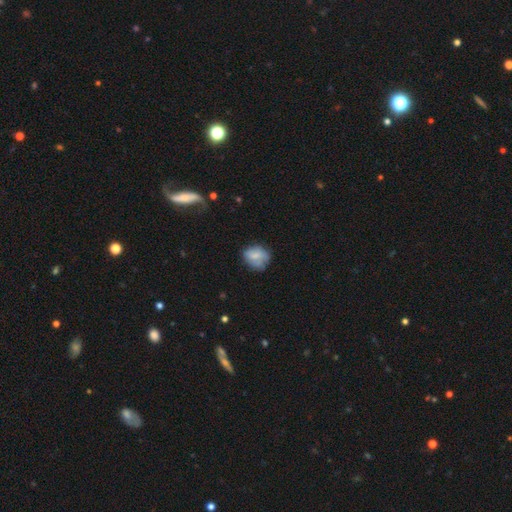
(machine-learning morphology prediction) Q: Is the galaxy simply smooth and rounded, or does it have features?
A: smooth — 68%.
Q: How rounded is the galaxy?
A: round — 62%.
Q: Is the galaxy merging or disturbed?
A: none — 57%.